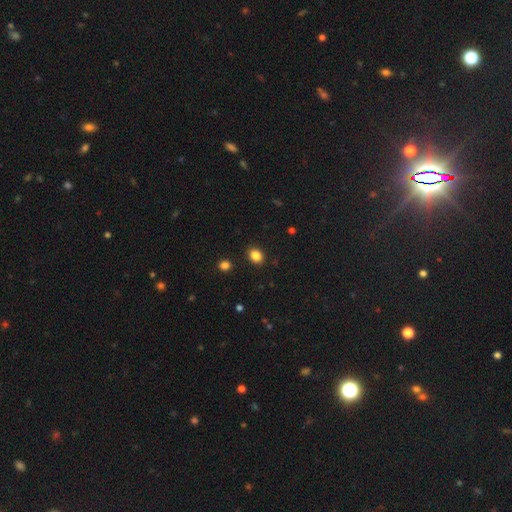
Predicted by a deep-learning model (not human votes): A smooth galaxy with no disk features (85%) that is in between round and cigar-shaped (52%).

Vote fractions:
- Smooth or featured? smooth: 85% / star or artifact: 11% / featured or disk: 4%
- How rounded? in between: 52% / round: 47% / cigar-shaped: 1%
- Merging? none: 89% / minor disturbance: 7% / major disturbance: 2% / merger: 2%